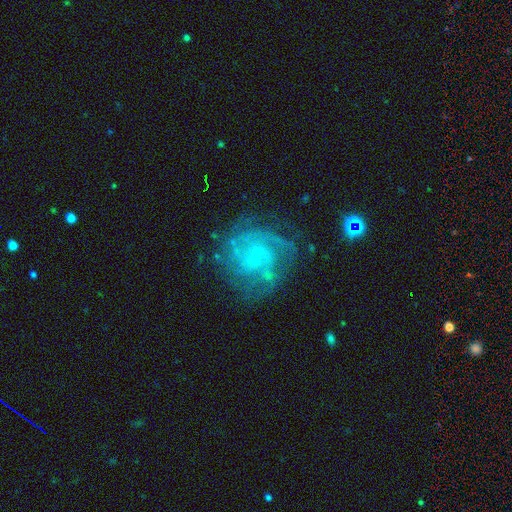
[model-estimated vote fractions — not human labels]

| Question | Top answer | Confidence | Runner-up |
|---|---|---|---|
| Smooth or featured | featured or disk | 82% | smooth (9%) |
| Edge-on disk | no | 98% | yes (2%) |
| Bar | no | 61% | weak (34%) |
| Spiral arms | yes | 93% | no (7%) |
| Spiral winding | tight | 51% | medium (39%) |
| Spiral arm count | can't tell | 30% | 3 (24%) |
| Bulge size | small | 79% | none (10%) |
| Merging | none | 67% | minor disturbance (18%) |